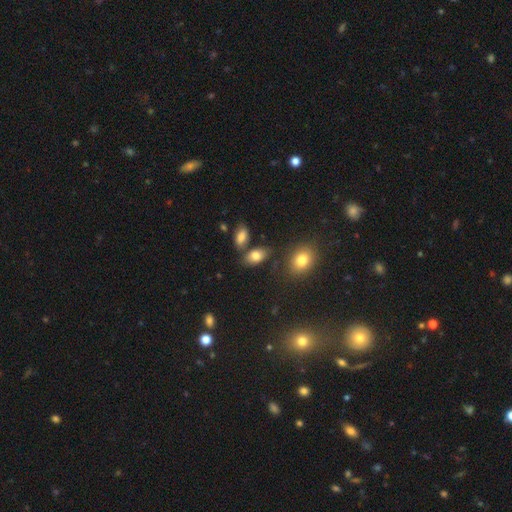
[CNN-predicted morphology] smooth_or_featured: smooth (p=0.80) [alt: featured or disk p=0.10]
how_rounded: in between (p=0.90) [alt: round p=0.08]
merging: none (p=0.73) [alt: minor disturbance p=0.14]